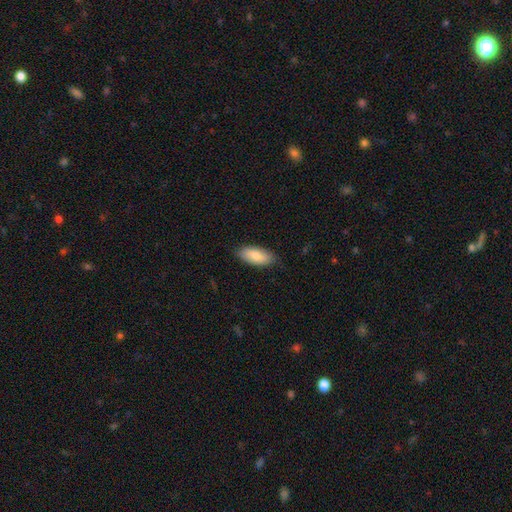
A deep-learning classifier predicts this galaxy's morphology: type=smooth (81%); roundness=in between (88%); merging=none (82%).